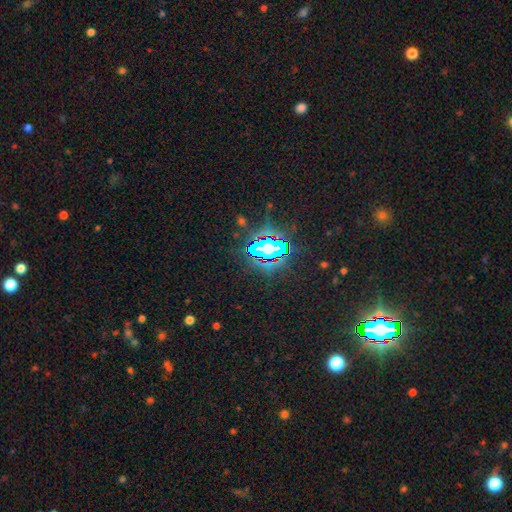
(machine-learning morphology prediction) Smooth or featured? Predicted: star or artifact (p=0.80).